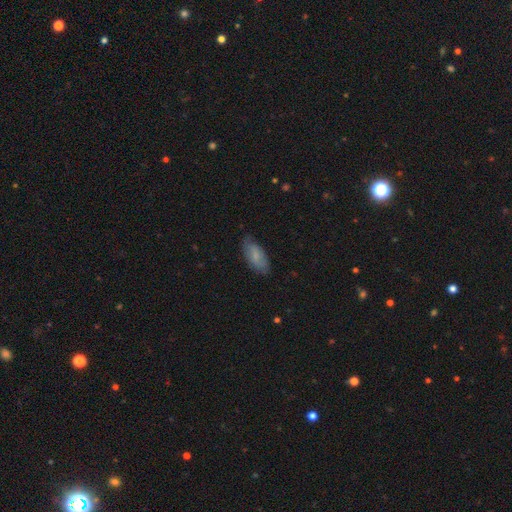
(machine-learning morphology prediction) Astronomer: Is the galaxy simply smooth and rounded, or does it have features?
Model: smooth — 71%.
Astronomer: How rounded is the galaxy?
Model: in between — 86%.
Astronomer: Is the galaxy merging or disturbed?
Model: none — 75%.